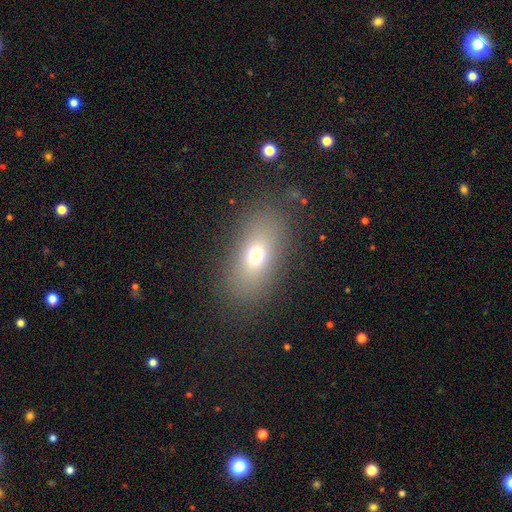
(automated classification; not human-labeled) Q: Smooth or featured?
A: smooth (68%); runner-up: featured or disk (18%)
Q: How rounded?
A: in between (81%); runner-up: round (12%)
Q: Merging?
A: none (82%); runner-up: minor disturbance (11%)